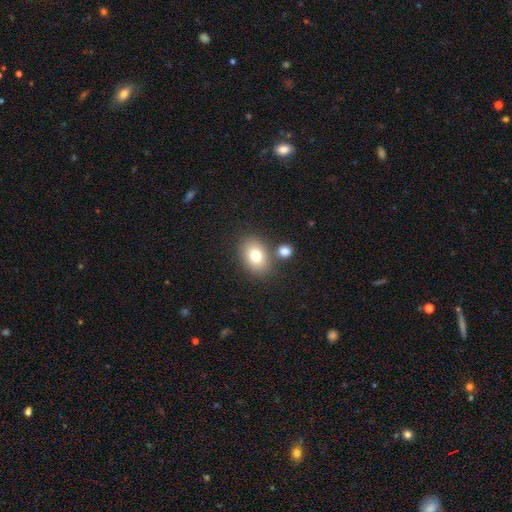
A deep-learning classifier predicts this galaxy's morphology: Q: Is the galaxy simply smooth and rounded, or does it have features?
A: smooth — 77%.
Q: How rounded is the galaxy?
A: in between — 73%.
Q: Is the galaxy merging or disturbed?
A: none — 74%.